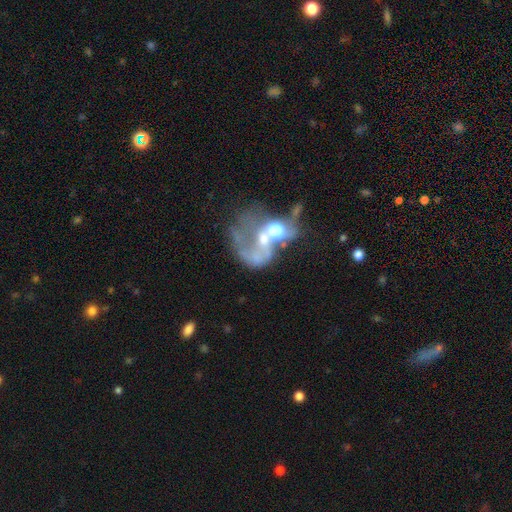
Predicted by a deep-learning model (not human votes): This is possibly a featured or disk galaxy (59%). It is clearly not viewed edge-on (97%). Bar: clearly no (83%). Spiral arm pattern: likely no (73%). Central bulge: possibly moderate (48%). Merging: likely merger (61%).